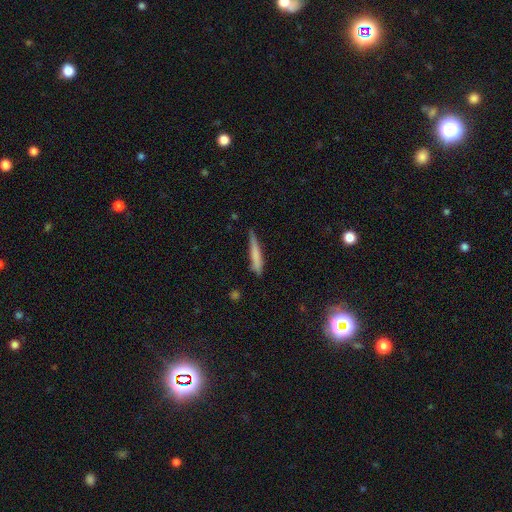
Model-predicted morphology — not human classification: smooth_or_featured: smooth (p=0.71) [alt: featured or disk p=0.22]
how_rounded: cigar-shaped (p=0.93) [alt: in between p=0.06]
merging: none (p=0.66) [alt: minor disturbance p=0.25]